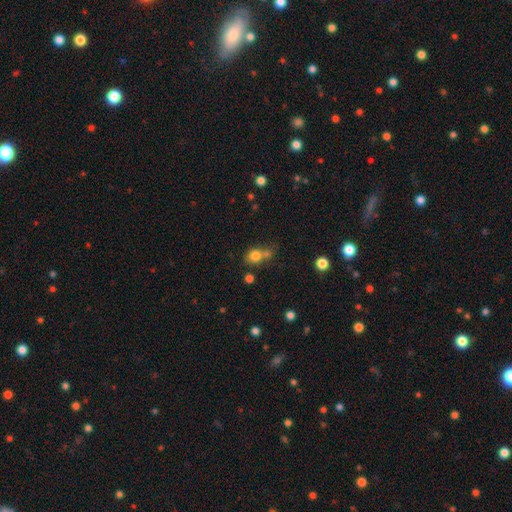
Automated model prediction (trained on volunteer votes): A smooth galaxy with no disk features (78%) that is round (73%). Merging: none (44%).